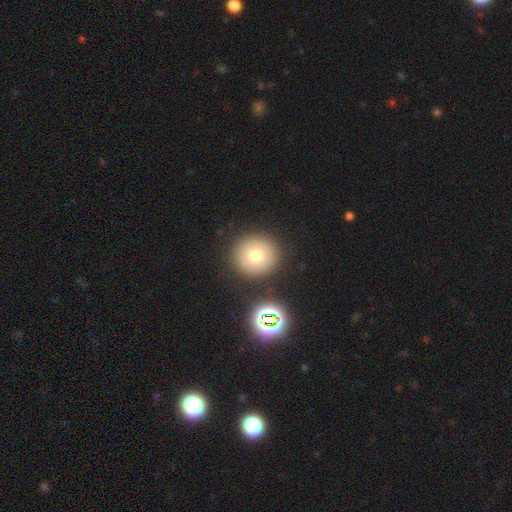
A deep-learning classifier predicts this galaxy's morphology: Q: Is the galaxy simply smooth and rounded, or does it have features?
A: smooth — 72%.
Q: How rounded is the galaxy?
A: round — 94%.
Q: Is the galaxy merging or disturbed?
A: none — 86%.